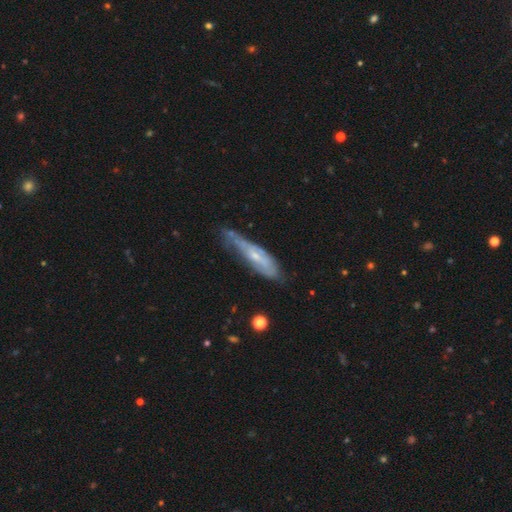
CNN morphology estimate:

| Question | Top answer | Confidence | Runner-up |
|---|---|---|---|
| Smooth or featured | featured or disk | 62% | smooth (30%) |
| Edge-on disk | no | 61% | yes (39%) |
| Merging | none | 44% | minor disturbance (35%) |